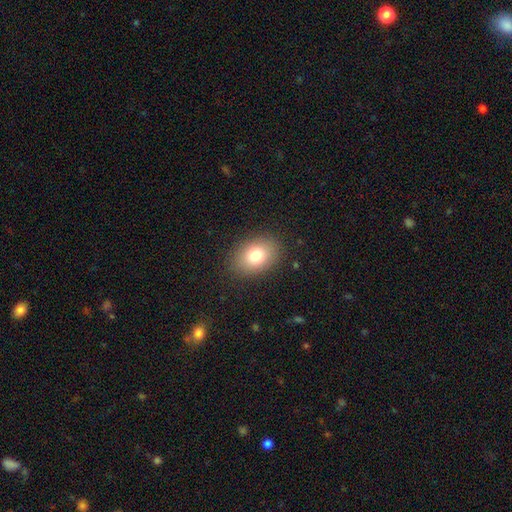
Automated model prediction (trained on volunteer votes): Smooth or featured?
  - smooth: 78% *
  - featured or disk: 11%
  - star or artifact: 10%
How rounded?
  - in between: 70% *
  - round: 29%
  - cigar-shaped: 1%
Merging?
  - none: 87% *
  - minor disturbance: 9%
  - major disturbance: 3%
  - merger: 1%